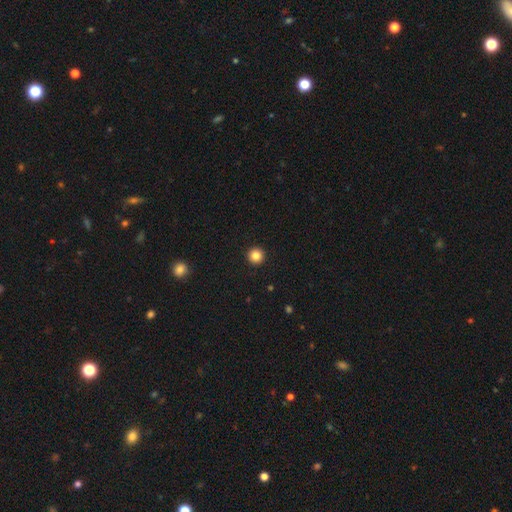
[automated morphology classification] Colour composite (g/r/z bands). It shows a smooth galaxy with no disk features (84%) that is round (96%). Merging: none (94%).